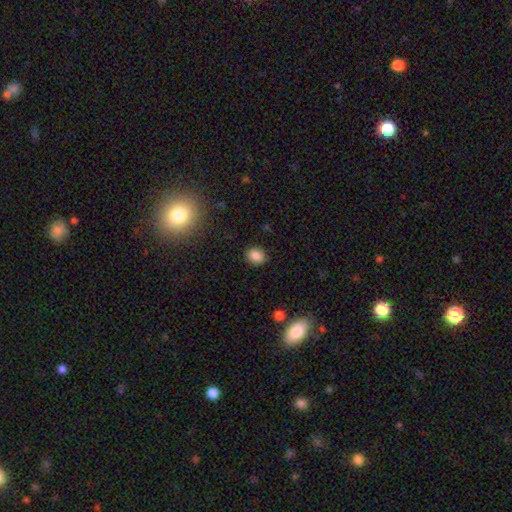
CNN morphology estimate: smooth-or-featured: smooth: 84% | star or artifact: 11% | featured or disk: 5%
  how-rounded: round: 51% | in between: 48% | cigar-shaped: 1%
  merging: none: 88% | minor disturbance: 9% | major disturbance: 2% | merger: 1%